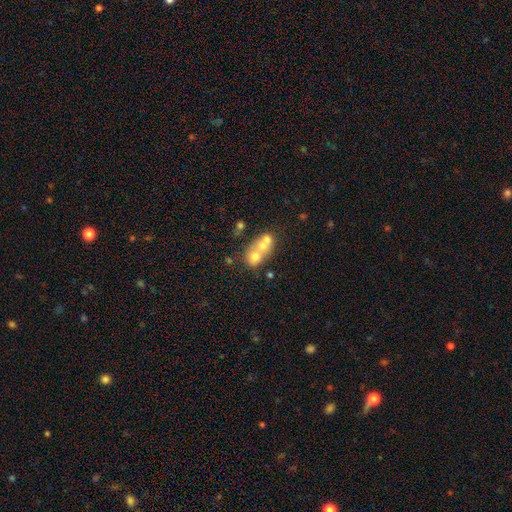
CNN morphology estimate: Smooth or featured? Predicted: smooth (p=0.52). How rounded? Predicted: round (p=0.58). Merging? Predicted: merger (p=0.64).